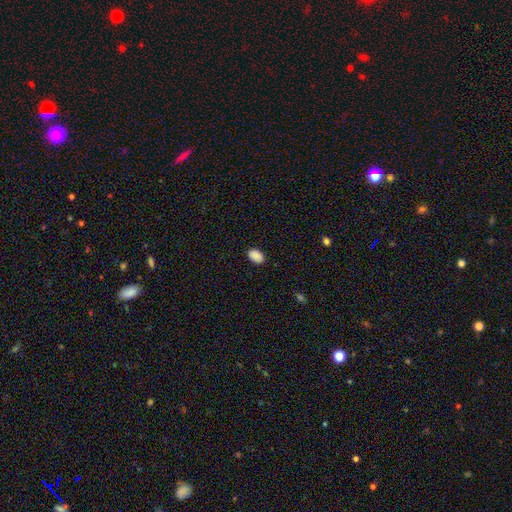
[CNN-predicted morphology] smooth 89%, star or artifact 8%, featured or disk 3%. Down the decision tree: how rounded — in between (89%); merging — none (86%).